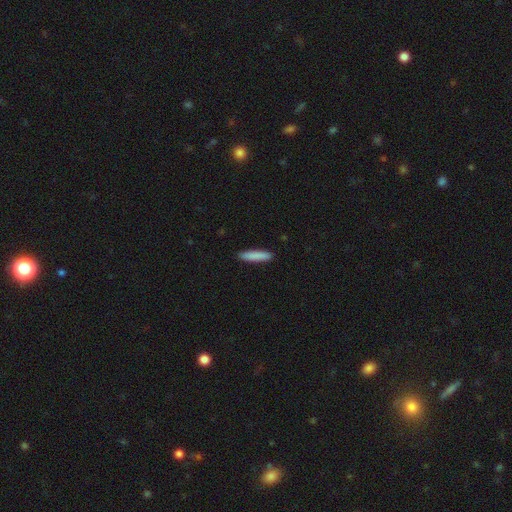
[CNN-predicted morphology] This appears to be a smooth galaxy with no disk features (87%) that is cigar-shaped (86%). Merging: none (91%).